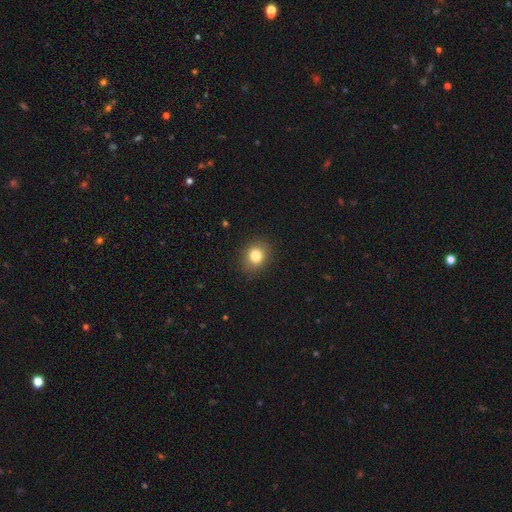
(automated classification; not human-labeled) This appears to be a smooth galaxy with no disk features (82%) that is round (64%). Merging: none (88%).